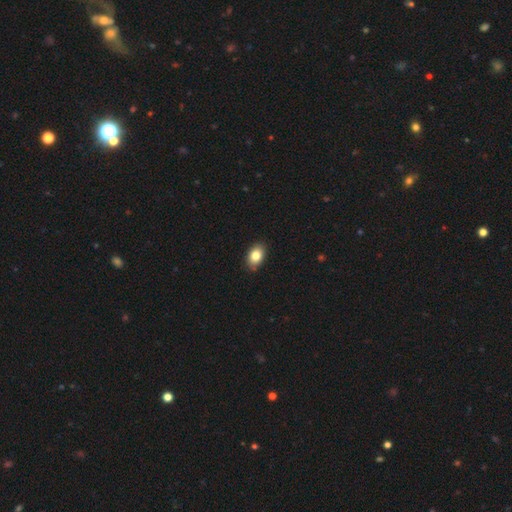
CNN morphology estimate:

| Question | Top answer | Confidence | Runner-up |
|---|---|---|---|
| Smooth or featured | smooth | 83% | featured or disk (9%) |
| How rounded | in between | 84% | round (14%) |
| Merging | none | 87% | minor disturbance (10%) |